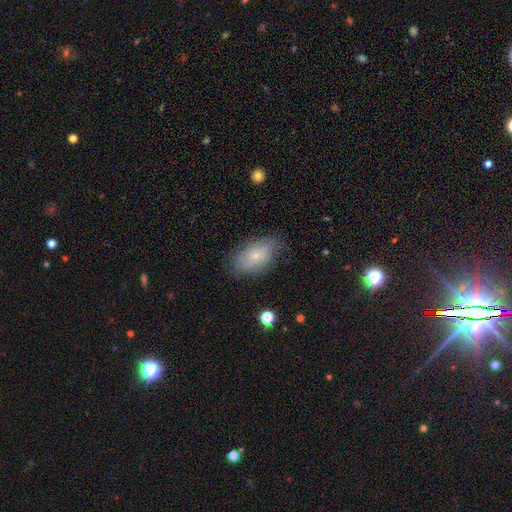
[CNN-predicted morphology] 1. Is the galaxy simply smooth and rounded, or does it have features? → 65% smooth, 27% featured or disk, 8% star or artifact.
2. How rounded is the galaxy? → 91% in between, 6% round, 3% cigar-shaped.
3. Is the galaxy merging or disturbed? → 72% none, 21% minor disturbance, 6% major disturbance, 1% merger.